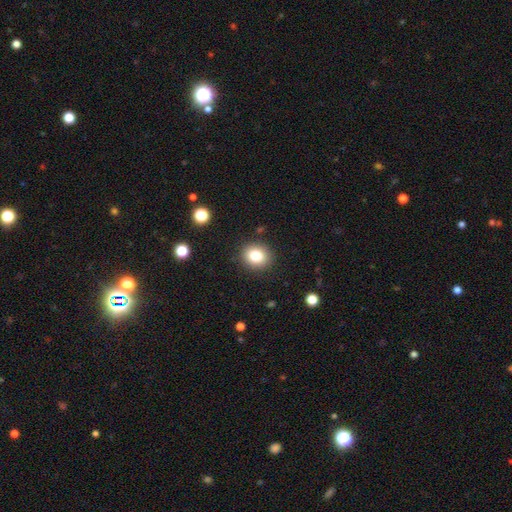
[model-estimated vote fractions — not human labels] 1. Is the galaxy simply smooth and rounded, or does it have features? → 81% smooth, 11% star or artifact, 8% featured or disk.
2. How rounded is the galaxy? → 70% round, 29% in between, 1% cigar-shaped.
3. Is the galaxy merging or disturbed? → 89% none, 8% minor disturbance, 2% major disturbance, 1% merger.